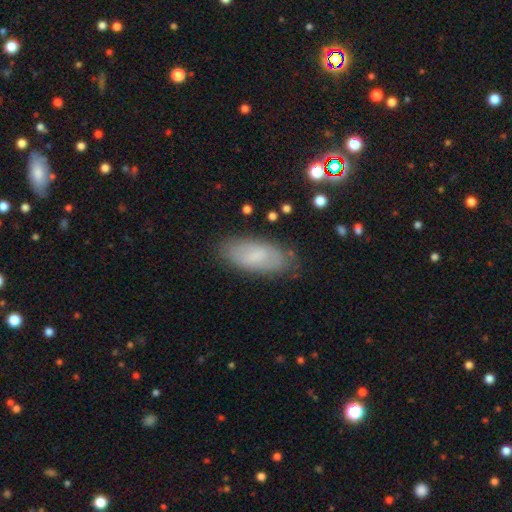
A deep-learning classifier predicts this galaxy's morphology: A smooth galaxy with no disk features (70%) that is in between round and cigar-shaped (87%). Merging: none (78%).